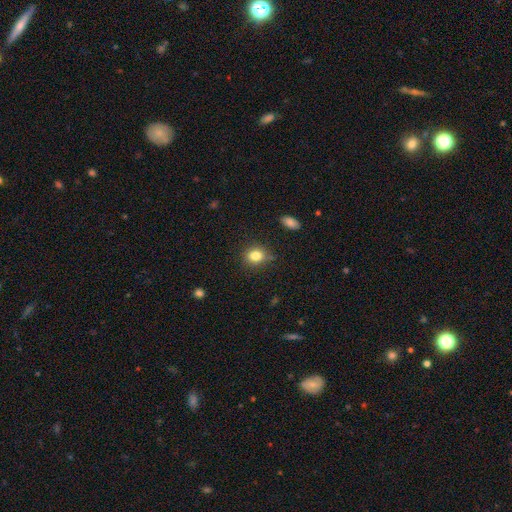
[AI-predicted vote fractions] Morphology: type=smooth (82%); roundness=round (65%); merging=none (80%).